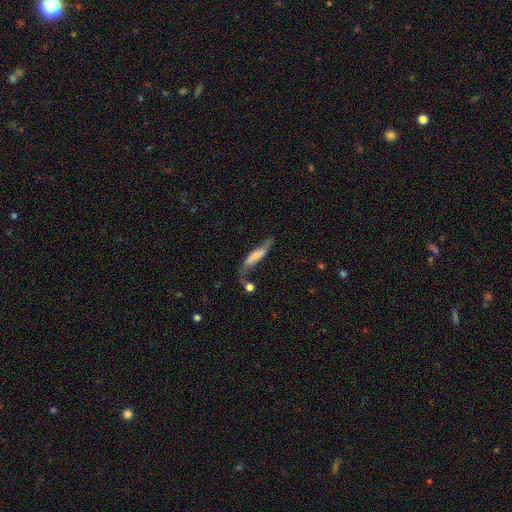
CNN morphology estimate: Smooth or featured? Predicted: featured or disk (p=0.56). Edge-on disk? Predicted: no (p=0.63). Merging? Predicted: none (p=0.45).